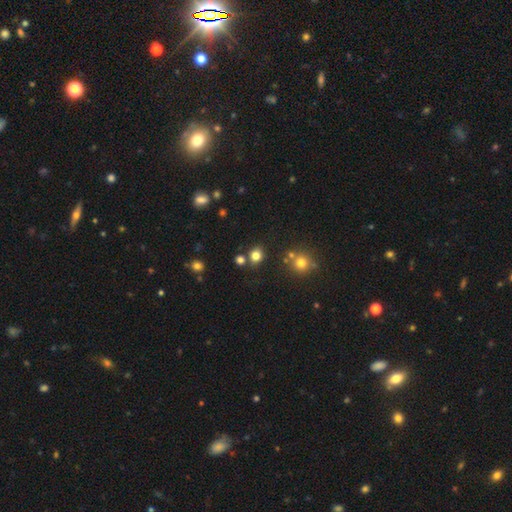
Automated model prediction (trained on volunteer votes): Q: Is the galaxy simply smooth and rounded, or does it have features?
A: smooth — 79%.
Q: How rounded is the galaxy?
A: round — 74%.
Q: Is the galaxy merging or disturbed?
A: none — 77%.